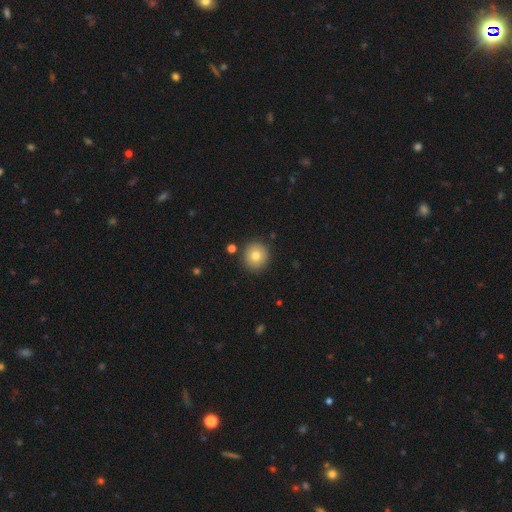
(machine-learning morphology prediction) Q: Smooth or featured?
A: smooth (78%); runner-up: featured or disk (12%)
Q: How rounded?
A: round (91%); runner-up: in between (8%)
Q: Merging?
A: none (88%); runner-up: minor disturbance (7%)